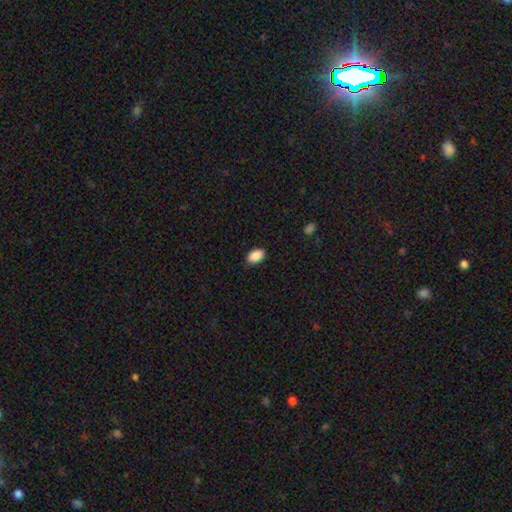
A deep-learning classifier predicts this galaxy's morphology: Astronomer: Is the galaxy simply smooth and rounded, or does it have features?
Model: smooth — 90%.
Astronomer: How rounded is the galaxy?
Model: in between — 91%.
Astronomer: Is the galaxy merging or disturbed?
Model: none — 86%.